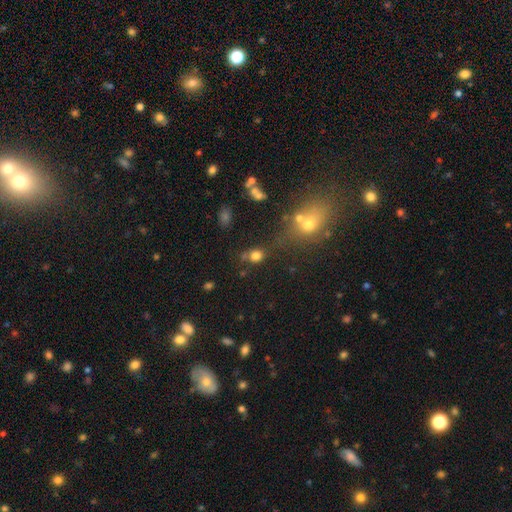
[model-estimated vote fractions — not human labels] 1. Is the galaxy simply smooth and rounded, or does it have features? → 77% smooth, 15% star or artifact, 7% featured or disk.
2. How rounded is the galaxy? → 72% round, 27% in between, 2% cigar-shaped.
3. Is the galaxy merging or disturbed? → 61% none, 17% merger, 14% minor disturbance, 7% major disturbance.